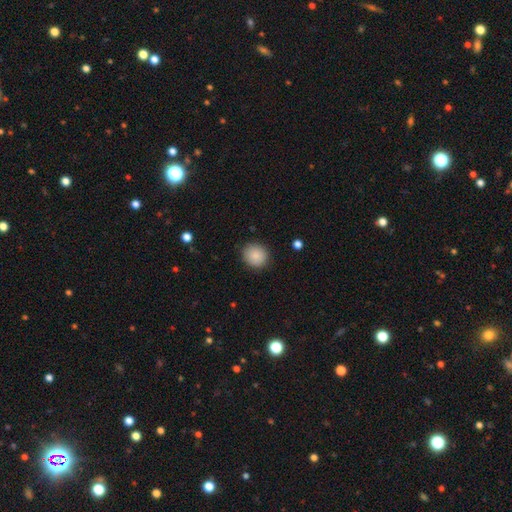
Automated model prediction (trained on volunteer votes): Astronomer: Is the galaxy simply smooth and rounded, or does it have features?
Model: smooth — 88%.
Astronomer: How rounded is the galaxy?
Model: round — 84%.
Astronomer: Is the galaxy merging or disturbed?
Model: none — 89%.